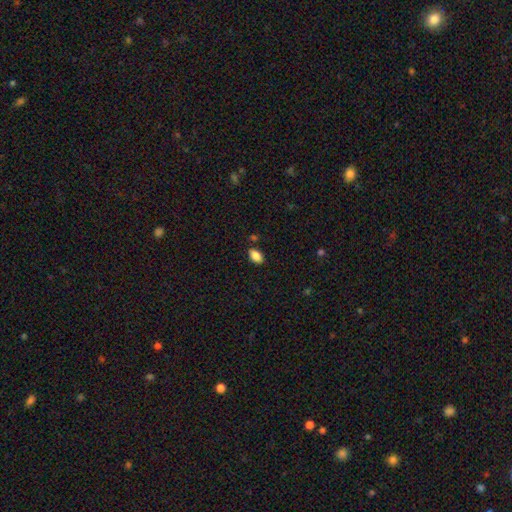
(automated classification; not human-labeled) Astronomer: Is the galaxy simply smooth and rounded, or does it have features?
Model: smooth — 87%.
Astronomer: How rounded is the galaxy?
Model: in between — 91%.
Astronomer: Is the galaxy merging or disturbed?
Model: none — 84%.